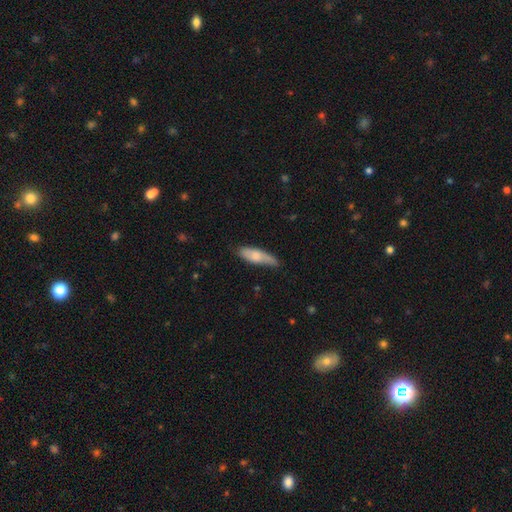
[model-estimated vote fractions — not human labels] smooth 68%, featured or disk 26%, star or artifact 5%. Down the decision tree: how rounded — cigar-shaped (51%); merging — none (63%).